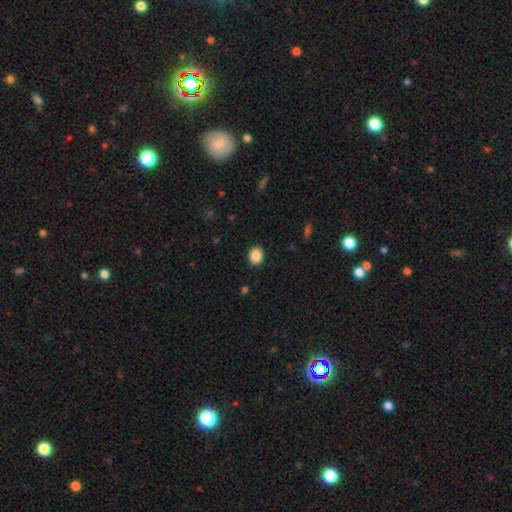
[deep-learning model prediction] Morphology: type=smooth (87%); roundness=round (70%); merging=none (91%).